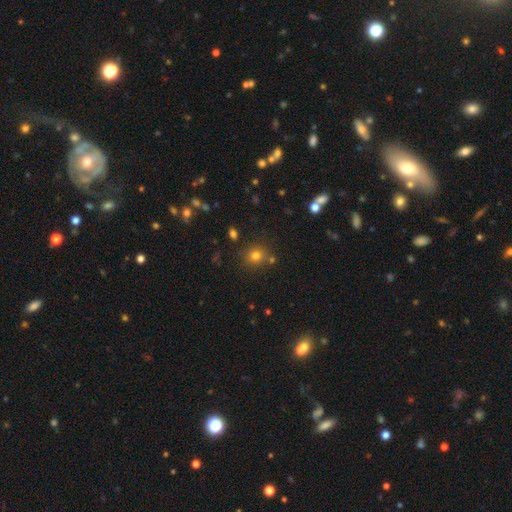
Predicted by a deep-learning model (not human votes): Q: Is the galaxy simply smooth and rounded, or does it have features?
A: smooth — 76%.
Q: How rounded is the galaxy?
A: round — 85%.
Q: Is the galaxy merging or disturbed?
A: none — 80%.